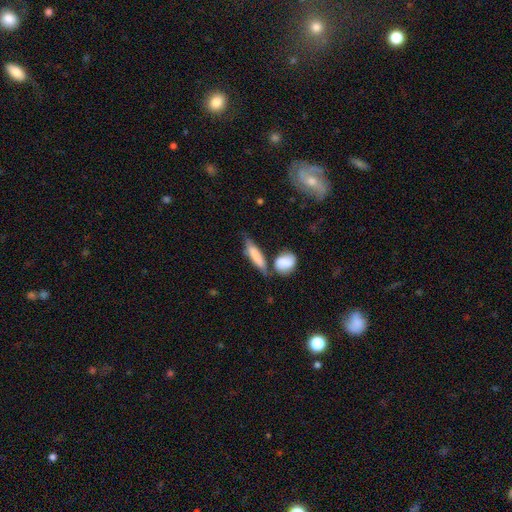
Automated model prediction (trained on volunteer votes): This is likely a smooth galaxy (73%). How rounded: likely cigar-shaped (61%). Merging: possibly none (46%).